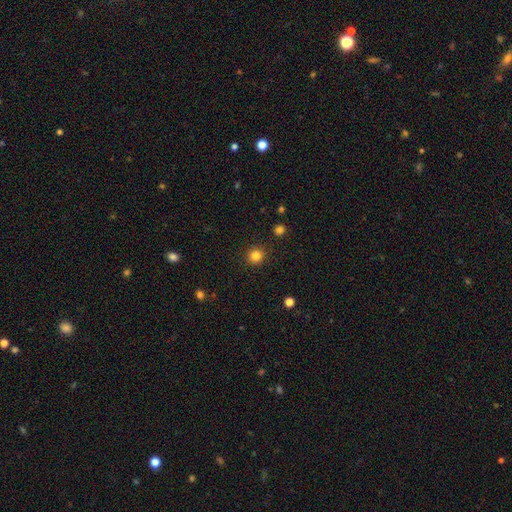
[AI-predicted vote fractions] This is clearly a smooth galaxy (83%). How rounded: clearly round (93%). Merging: clearly none (91%).